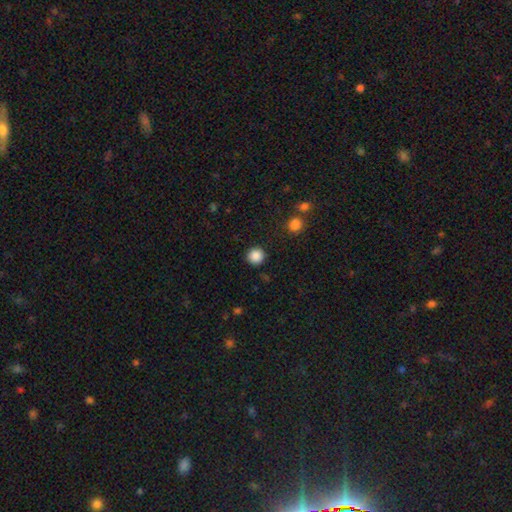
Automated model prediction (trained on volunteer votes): This appears to be a smooth galaxy with no disk features (87%) that is round (94%). Merging: none (91%).